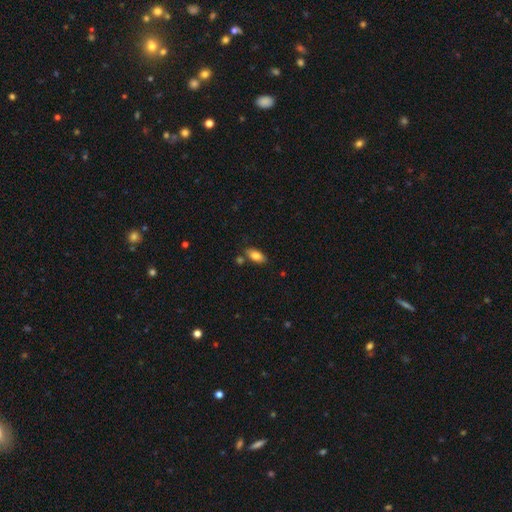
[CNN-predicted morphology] A smooth galaxy with no disk features (83%) that is in between round and cigar-shaped (91%).

Vote fractions:
- Smooth or featured? smooth: 83% / featured or disk: 10% / star or artifact: 8%
- How rounded? in between: 91% / cigar-shaped: 6% / round: 3%
- Merging? none: 78% / minor disturbance: 12% / merger: 7% / major disturbance: 3%